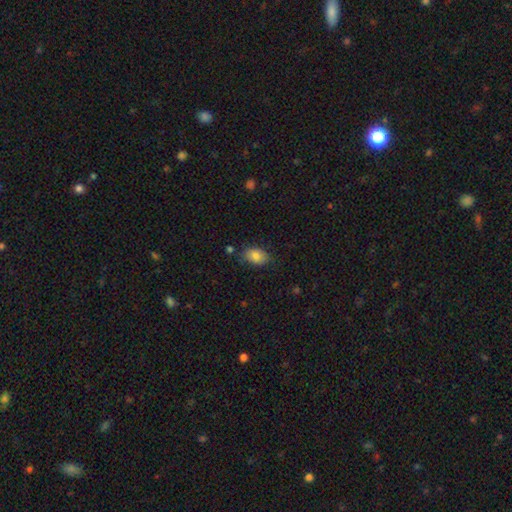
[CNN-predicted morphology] smooth 83%, featured or disk 9%, star or artifact 8%. Down the decision tree: how rounded — in between (87%); merging — none (75%).